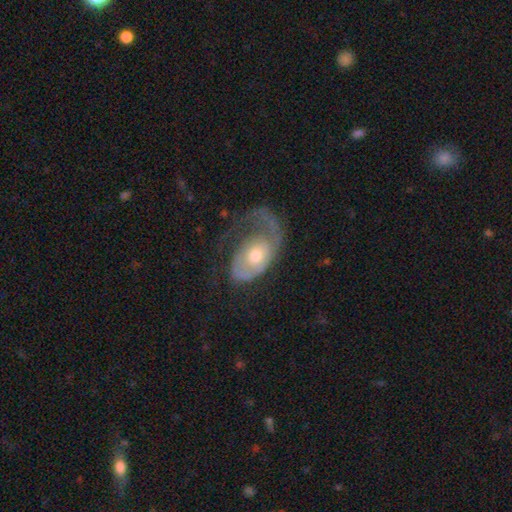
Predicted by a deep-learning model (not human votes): Morphology: type=featured or disk (68%); edge-on=no (95%); bar=no (82%); spiral arms=yes (73%); bulge=moderate (64%); merging=major disturbance (50%).